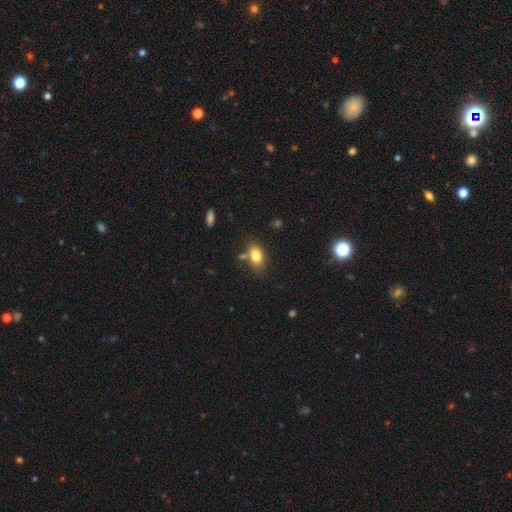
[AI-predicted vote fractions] smooth 81%, featured or disk 10%, star or artifact 9%. Down the decision tree: how rounded — in between (81%); merging — none (71%).